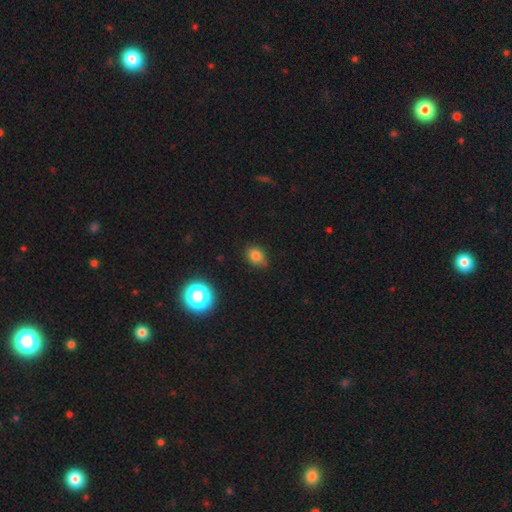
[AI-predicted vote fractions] Morphology: type=smooth (80%); roundness=in between (55%); merging=none (76%).